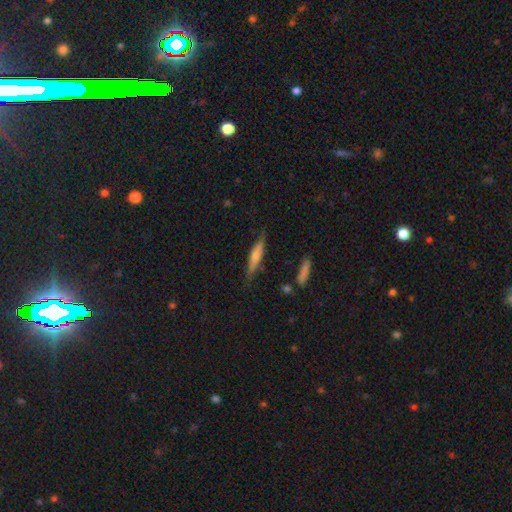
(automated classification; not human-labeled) smooth-or-featured: smooth: 54% | featured or disk: 39% | star or artifact: 7%
  how-rounded: cigar-shaped: 83% | in between: 15% | round: 2%
  merging: none: 75% | minor disturbance: 18% | major disturbance: 4% | merger: 3%